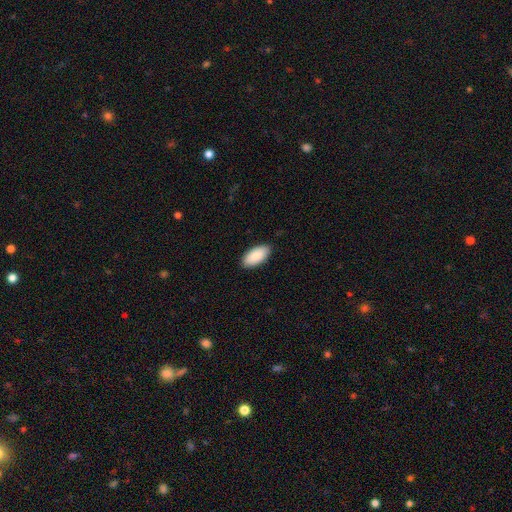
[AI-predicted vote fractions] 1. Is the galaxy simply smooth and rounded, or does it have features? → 91% smooth, 5% star or artifact, 4% featured or disk.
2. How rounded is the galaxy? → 94% in between, 5% cigar-shaped, 2% round.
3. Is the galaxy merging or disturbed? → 88% none, 10% minor disturbance, 2% major disturbance, 1% merger.